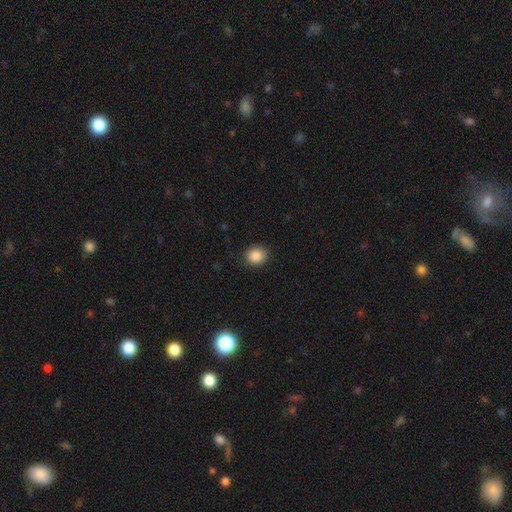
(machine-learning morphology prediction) smooth_or_featured: smooth (p=0.87) [alt: star or artifact p=0.09]
how_rounded: round (p=0.75) [alt: in between p=0.24]
merging: none (p=0.88) [alt: minor disturbance p=0.08]